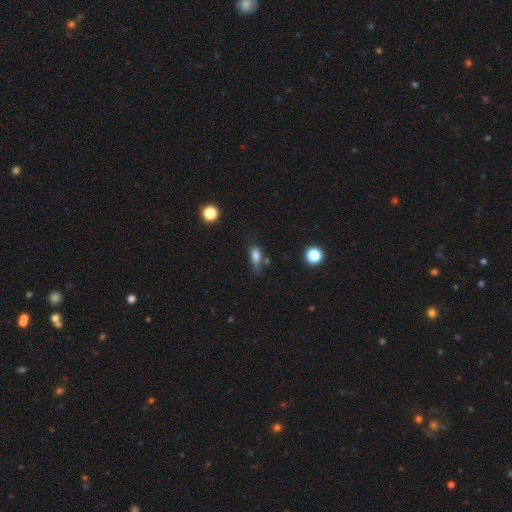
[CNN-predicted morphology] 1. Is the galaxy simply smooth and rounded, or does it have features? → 76% smooth, 12% featured or disk, 12% star or artifact.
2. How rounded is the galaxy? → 75% in between, 17% cigar-shaped, 8% round.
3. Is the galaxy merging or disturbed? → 42% none, 33% minor disturbance, 16% major disturbance, 10% merger.